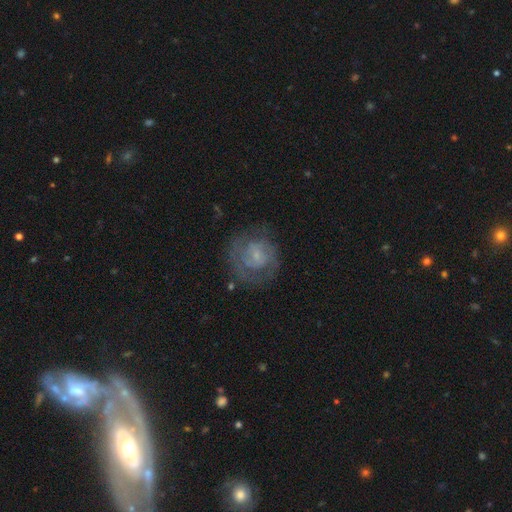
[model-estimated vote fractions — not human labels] Smooth or featured?
  - featured or disk: 67% *
  - smooth: 25%
  - star or artifact: 8%
Edge-on disk?
  - no: 98% *
  - yes: 2%
Bar?
  - no: 64% *
  - weak: 31%
  - strong: 5%
Spiral arms?
  - yes: 78% *
  - no: 22%
Spiral winding?
  - tight: 54% *
  - medium: 34%
  - loose: 12%
Spiral arm count?
  - 2: 40% *
  - can't tell: 38%
  - 3: 9%
  - 1: 7%
  - 4: 3%
  - more than 4: 3%
Bulge size?
  - small: 68% *
  - moderate: 16%
  - none: 13%
  - large: 2%
  - dominant: 1%
Merging?
  - none: 68% *
  - minor disturbance: 17%
  - major disturbance: 13%
  - merger: 2%